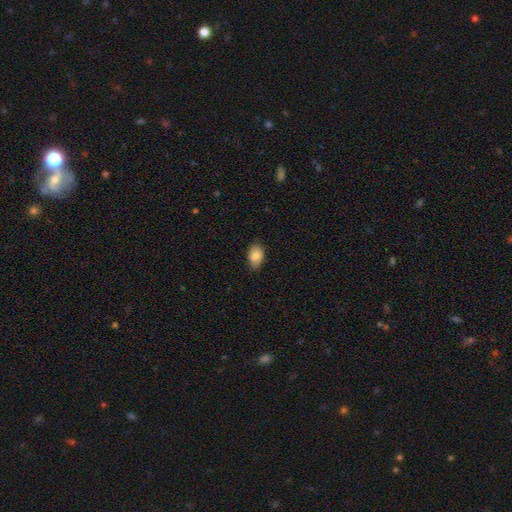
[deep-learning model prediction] This appears to be a smooth galaxy with no disk features (85%) that is in between round and cigar-shaped (88%). Merging: none (82%).